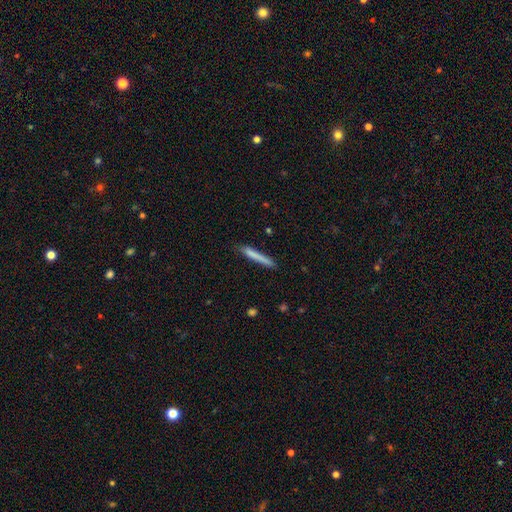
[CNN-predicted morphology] Overall: smooth (75%). How rounded: cigar-shaped (96%). Merging: none (82%).